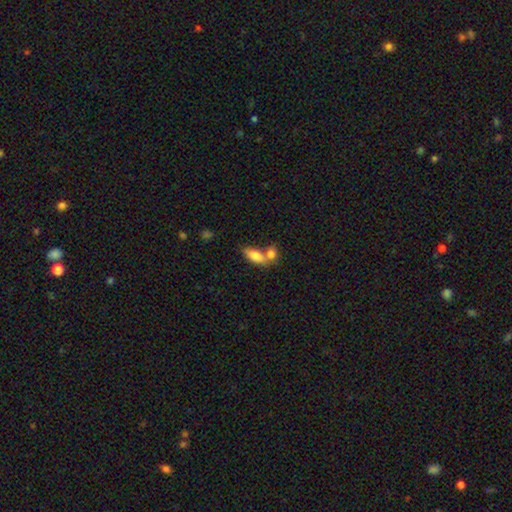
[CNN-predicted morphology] Smooth or featured: smooth — 79% (featured or disk — 13%)
How rounded: in between — 83% (cigar-shaped — 12%)
Merging: merger — 52% (none — 34%)